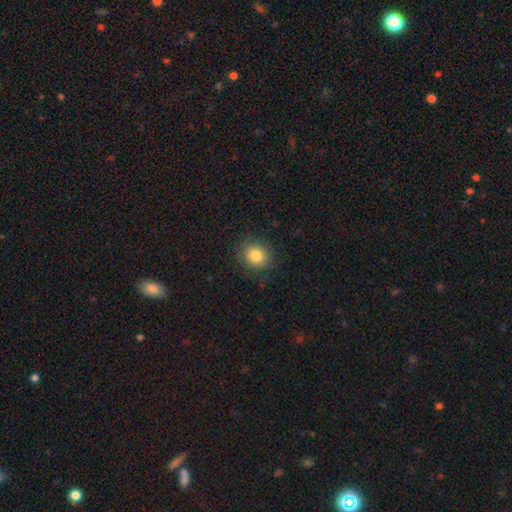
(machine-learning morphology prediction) This is clearly a smooth galaxy (83%). How rounded: clearly round (85%). Merging: clearly none (85%).